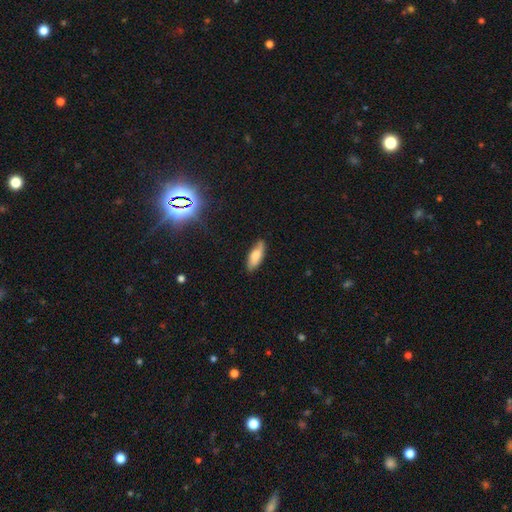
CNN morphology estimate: Q: Smooth or featured?
A: smooth (67%); runner-up: featured or disk (25%)
Q: How rounded?
A: in between (69%); runner-up: cigar-shaped (28%)
Q: Merging?
A: none (76%); runner-up: minor disturbance (19%)